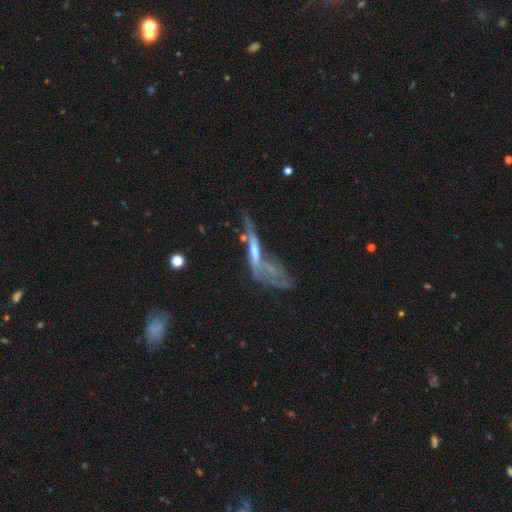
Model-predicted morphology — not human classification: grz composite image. It shows a featured or disk galaxy (63%) viewed edge-on (52%). Merging: major disturbance (32%).